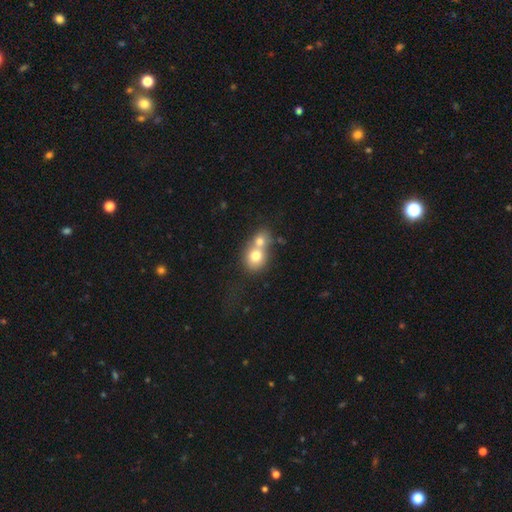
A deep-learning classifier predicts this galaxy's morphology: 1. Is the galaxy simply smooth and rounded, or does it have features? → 71% smooth, 20% featured or disk, 9% star or artifact.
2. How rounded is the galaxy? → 71% round, 28% in between, 1% cigar-shaped.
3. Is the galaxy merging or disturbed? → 71% merger, 21% none, 5% minor disturbance, 3% major disturbance.